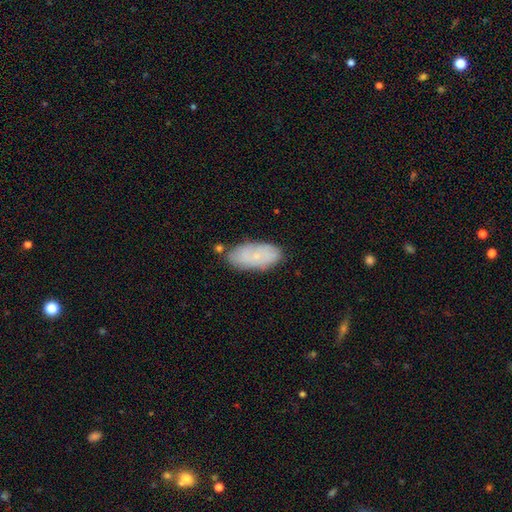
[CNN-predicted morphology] Q: Smooth or featured?
A: smooth (61%); runner-up: featured or disk (32%)
Q: How rounded?
A: in between (89%); runner-up: cigar-shaped (9%)
Q: Merging?
A: none (70%); runner-up: minor disturbance (20%)